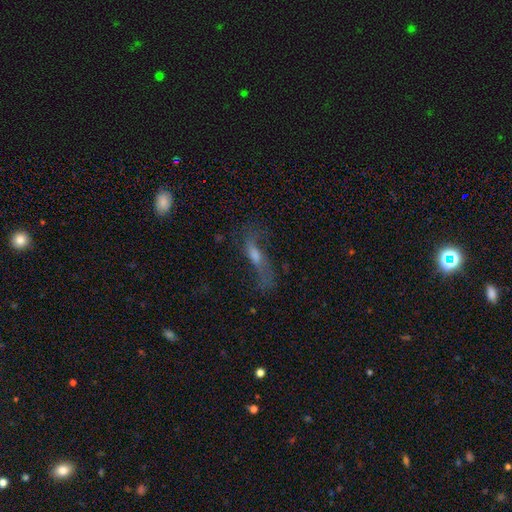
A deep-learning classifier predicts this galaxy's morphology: smooth-or-featured: featured or disk: 60% | smooth: 26% | star or artifact: 14%
  disk-edge-on: no: 63% | yes: 37%
  merging: none: 55% | major disturbance: 22% | minor disturbance: 20% | merger: 3%